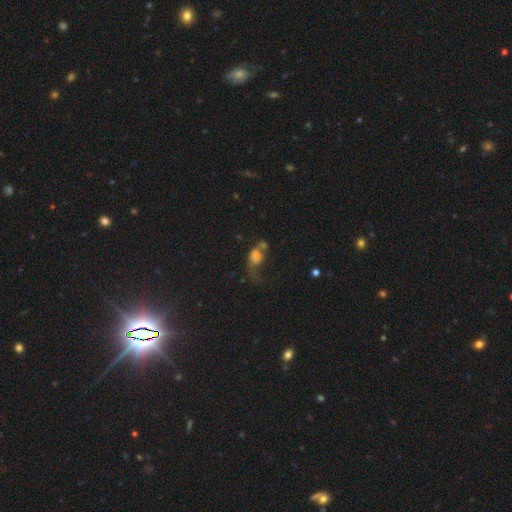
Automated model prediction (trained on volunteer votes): Overall: smooth (51%; featured or disk 30%). How rounded: in between (54%; round 41%). Merging: major disturbance (38%; merger 30%).